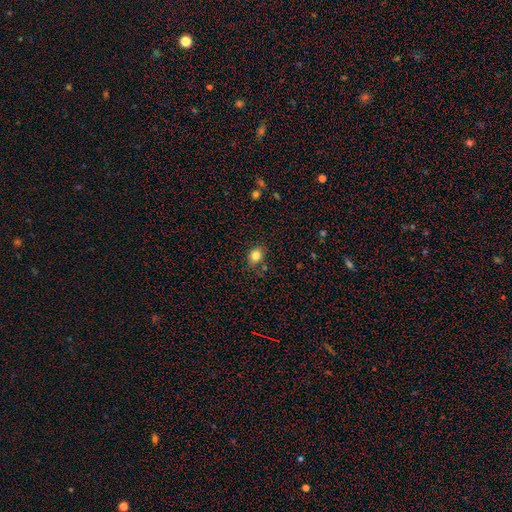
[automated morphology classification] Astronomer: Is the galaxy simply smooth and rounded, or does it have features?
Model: smooth — 82%.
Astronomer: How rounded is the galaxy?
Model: round — 54% (runner-up: in between, 45%).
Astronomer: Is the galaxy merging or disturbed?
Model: none — 78%.